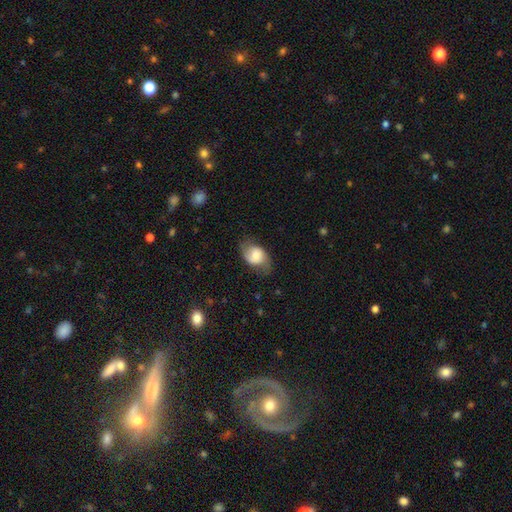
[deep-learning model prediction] smooth-or-featured: smooth: 58% | featured or disk: 34% | star or artifact: 8%
  how-rounded: in between: 78% | round: 20% | cigar-shaped: 1%
  merging: none: 64% | minor disturbance: 25% | major disturbance: 10% | merger: 1%